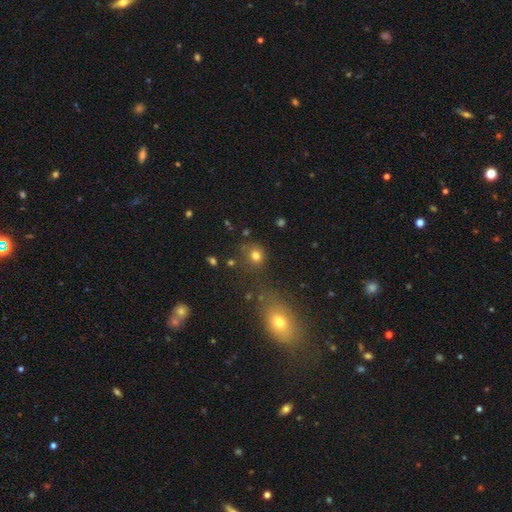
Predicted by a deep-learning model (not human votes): Smooth or featured? smooth (76%)
How rounded? round (86%)
Merging? none (72%)